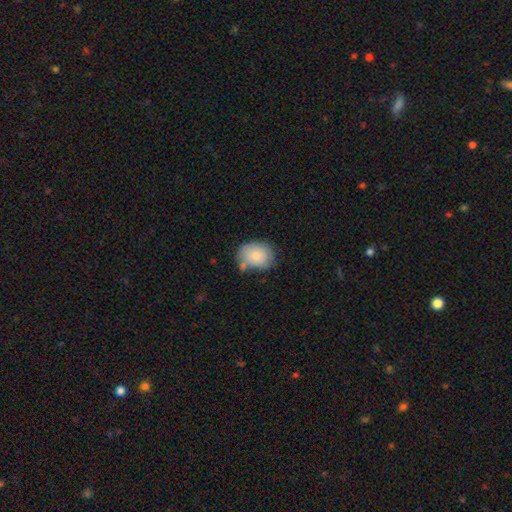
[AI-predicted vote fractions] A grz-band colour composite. It shows a smooth galaxy with no disk features (82%) that is in between round and cigar-shaped (57%). Merging: none (53%).